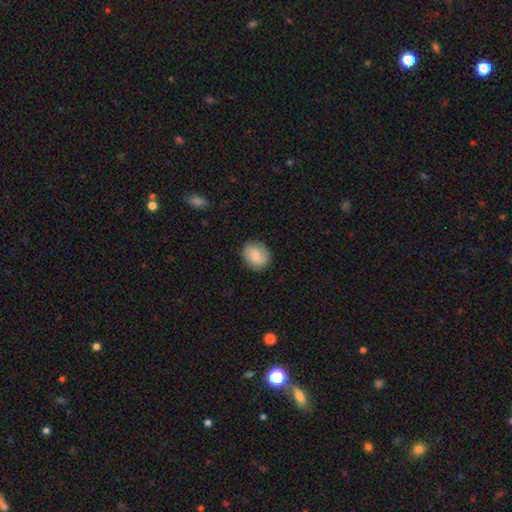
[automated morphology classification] A smooth galaxy with no disk features (81%) that is round (66%).

Vote fractions:
- Smooth or featured? smooth: 81% / featured or disk: 12% / star or artifact: 7%
- How rounded? round: 66% / in between: 33% / cigar-shaped: 1%
- Merging? none: 87% / minor disturbance: 10% / major disturbance: 2% / merger: 1%